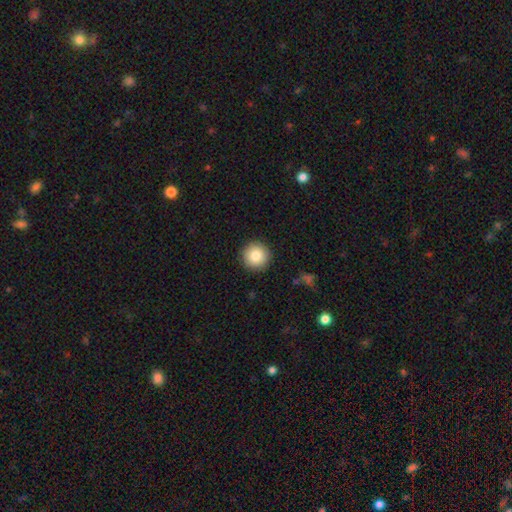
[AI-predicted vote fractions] Smooth or featured? smooth (85%)
How rounded? round (95%)
Merging? none (92%)